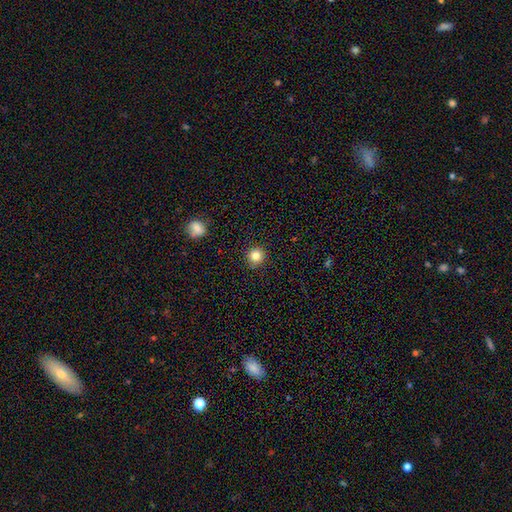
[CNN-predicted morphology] The model was most divided on "smooth or featured": smooth: 83%, star or artifact: 11%, featured or disk: 6%. More confident: how rounded — round (91%); merging — none (91%).